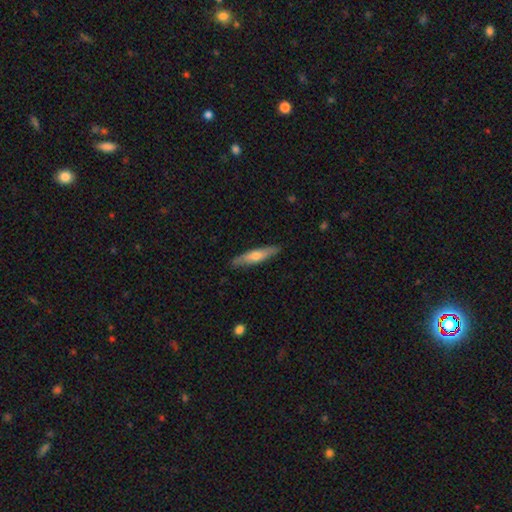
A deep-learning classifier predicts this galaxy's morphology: Overall: smooth (54%; featured or disk 41%). How rounded: cigar-shaped (86%). Merging: none (87%).